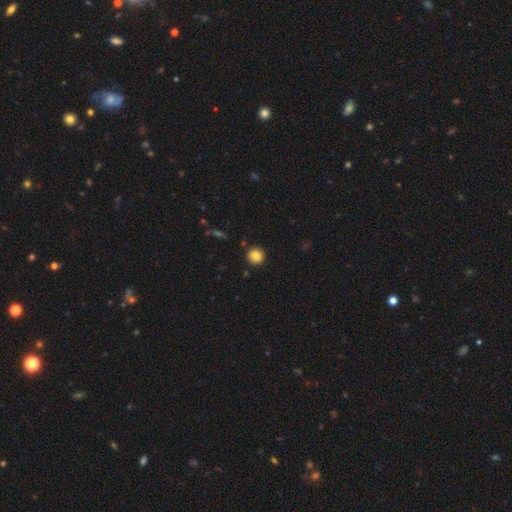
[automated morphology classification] Smooth or featured? Predicted: smooth (p=0.82). How rounded? Predicted: round (p=0.94). Merging? Predicted: none (p=0.91).